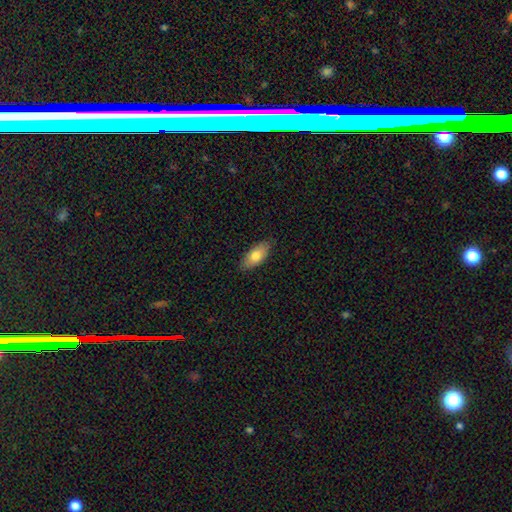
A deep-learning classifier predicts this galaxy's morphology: Smooth or featured: smooth — 76% (featured or disk — 18%)
How rounded: in between — 88% (cigar-shaped — 10%)
Merging: none — 85% (minor disturbance — 12%)